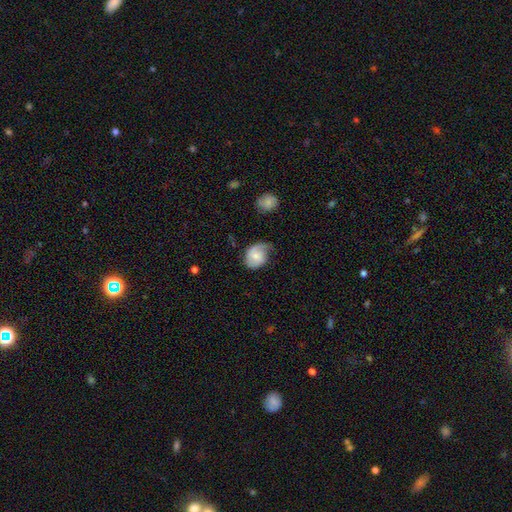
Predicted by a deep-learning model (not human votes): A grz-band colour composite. It shows a featured or disk galaxy (49%). Merging: none (42%).